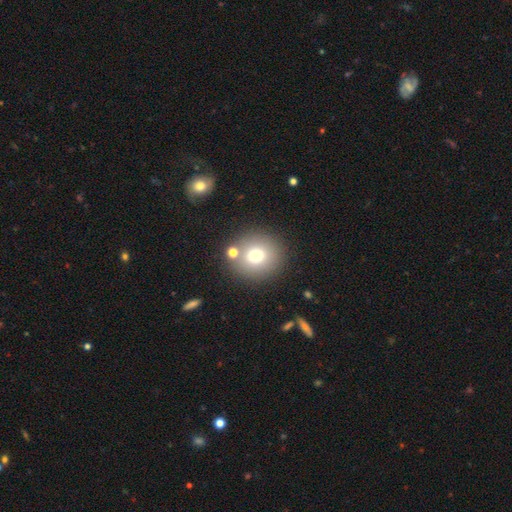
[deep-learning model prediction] A smooth galaxy with no disk features (74%) that is round (87%).

Vote fractions:
- Smooth or featured? smooth: 74% / star or artifact: 13% / featured or disk: 13%
- How rounded? round: 87% / in between: 12% / cigar-shaped: 1%
- Merging? none: 79% / merger: 9% / minor disturbance: 8% / major disturbance: 3%